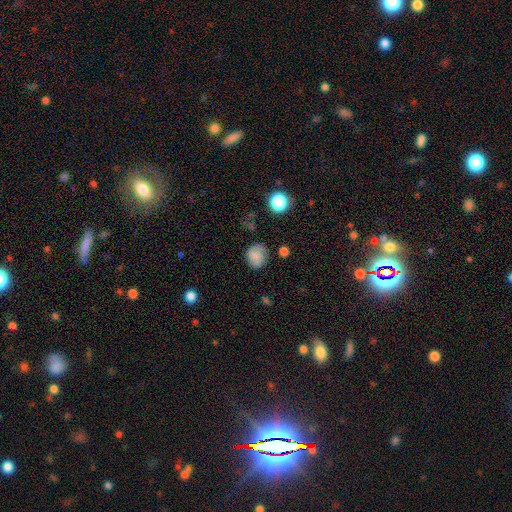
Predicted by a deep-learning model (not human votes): Smooth or featured?
  - smooth: 73% *
  - featured or disk: 17%
  - star or artifact: 10%
How rounded?
  - round: 77% *
  - in between: 22%
  - cigar-shaped: 1%
Merging?
  - none: 73% *
  - minor disturbance: 18%
  - major disturbance: 6%
  - merger: 3%